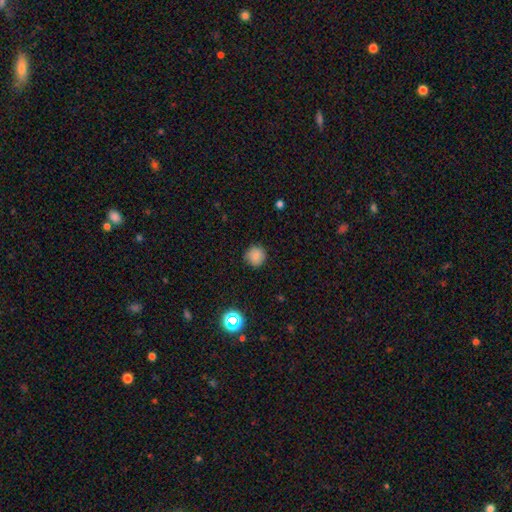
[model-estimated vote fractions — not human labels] Smooth or featured: smooth — 81% (star or artifact — 13%)
How rounded: round — 93% (in between — 6%)
Merging: none — 85% (minor disturbance — 11%)